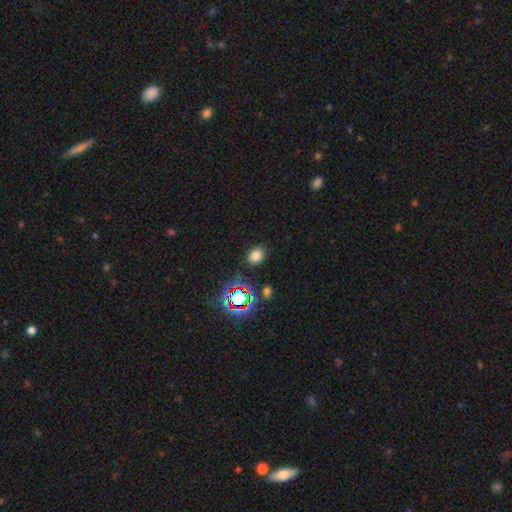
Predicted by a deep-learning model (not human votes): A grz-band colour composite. It shows a smooth galaxy with no disk features (74%) that is in between round and cigar-shaped (59%). Merging: none (84%).